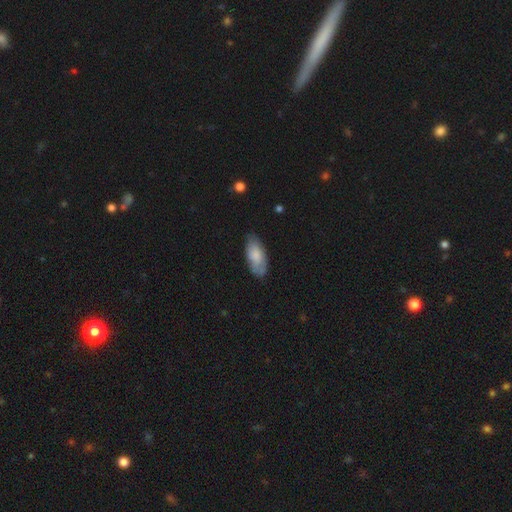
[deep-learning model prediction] Morphology: type=smooth (78%); roundness=in between (90%); merging=none (71%).